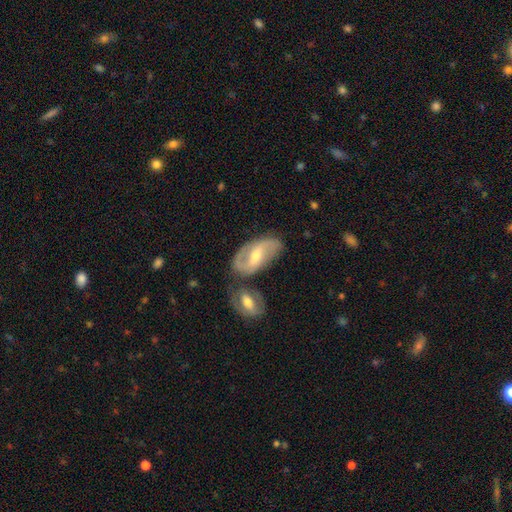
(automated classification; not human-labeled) A featured or disk galaxy (75%) with a weak bar (44%), 2 (85%) medium (43%) spiral arms (87%) and a moderate central bulge (60%).

Vote fractions:
- Smooth or featured? featured or disk: 75% / smooth: 19% / star or artifact: 6%
- Edge-on disk? no: 93% / yes: 7%
- Bar? weak: 44% / strong: 37% / no: 20%
- Spiral arms? yes: 87% / no: 13%
- Spiral winding? medium: 43% / loose: 38% / tight: 19%
- Spiral arm count? 2: 85% / can't tell: 8% / 1: 4% / 3: 1% / 4: 1% / more than 4: 1%
- Bulge size? moderate: 60% / small: 34% / large: 3% / none: 2% / dominant: 1%
- Merging? none: 61% / merger: 18% / minor disturbance: 16% / major disturbance: 6%